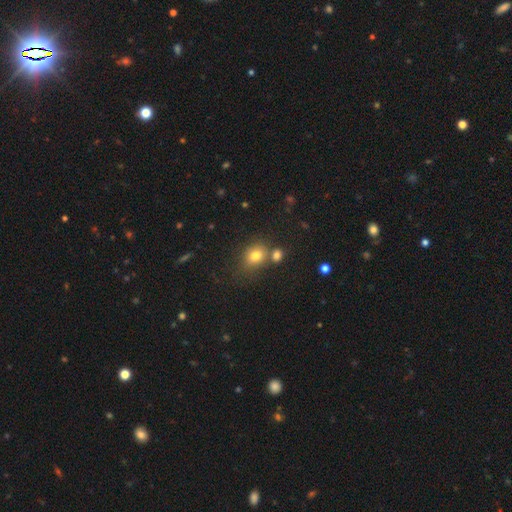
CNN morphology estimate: A smooth galaxy with no disk features (76%) that is round (50%). Merging: none (56%).